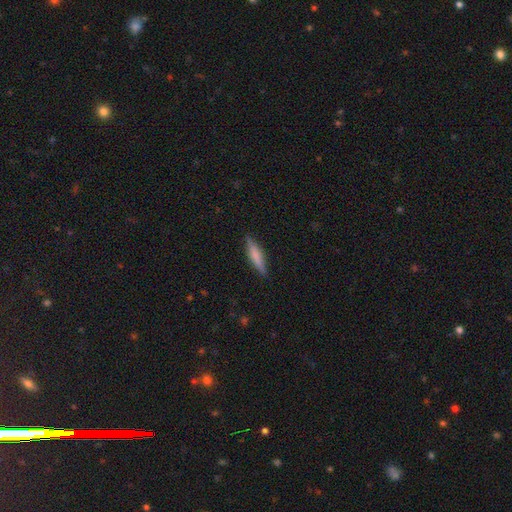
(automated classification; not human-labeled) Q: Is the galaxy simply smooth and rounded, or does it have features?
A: smooth — 62%.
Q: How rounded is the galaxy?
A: cigar-shaped — 81%.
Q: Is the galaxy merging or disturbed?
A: none — 86%.